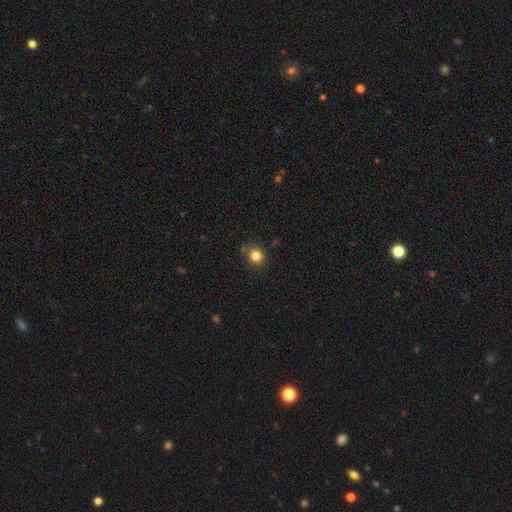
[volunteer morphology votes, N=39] type=smooth (85%); roundness=round (94%); merging=none (80%).